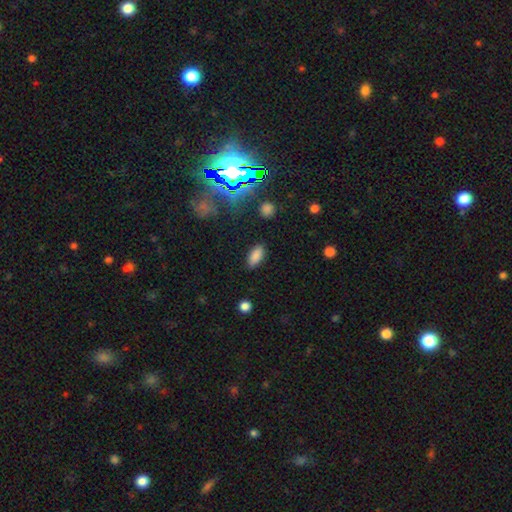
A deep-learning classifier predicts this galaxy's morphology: This is clearly a smooth galaxy (83%). How rounded: clearly in between (88%). Merging: clearly none (87%).